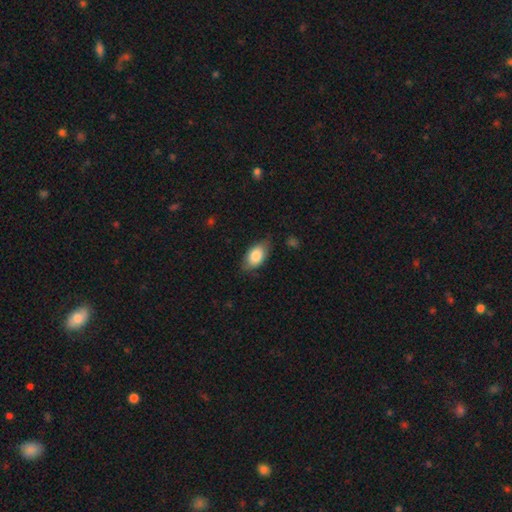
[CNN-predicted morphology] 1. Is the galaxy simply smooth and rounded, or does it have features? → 82% smooth, 12% featured or disk, 6% star or artifact.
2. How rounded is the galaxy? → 91% in between, 6% round, 3% cigar-shaped.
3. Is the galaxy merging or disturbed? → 72% none, 22% minor disturbance, 4% major disturbance, 1% merger.